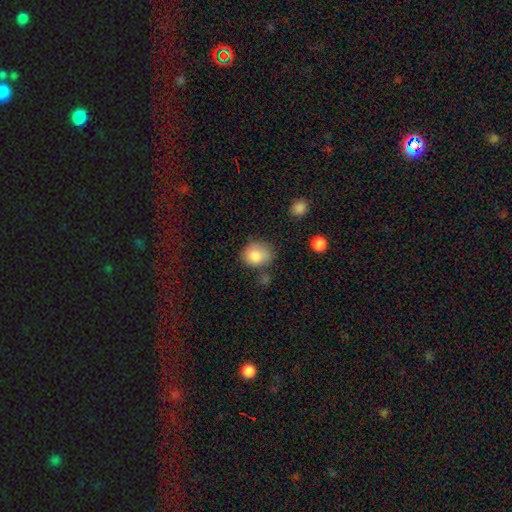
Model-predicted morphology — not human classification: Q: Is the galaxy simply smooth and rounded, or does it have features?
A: smooth — 85%.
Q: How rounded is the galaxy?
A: round — 63%.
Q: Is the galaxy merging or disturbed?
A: none — 57%.